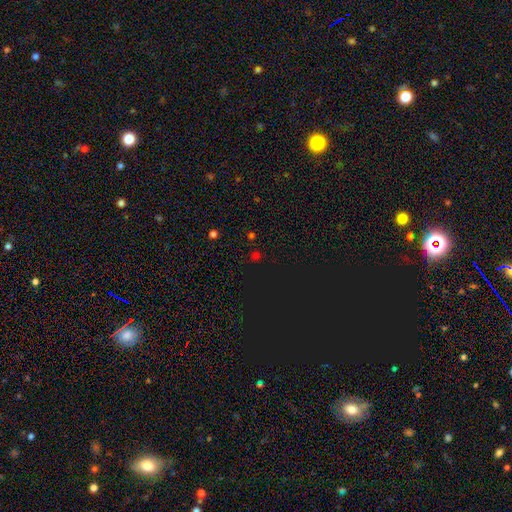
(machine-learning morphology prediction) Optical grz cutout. It shows a star or artifact, not a galaxy (52%).